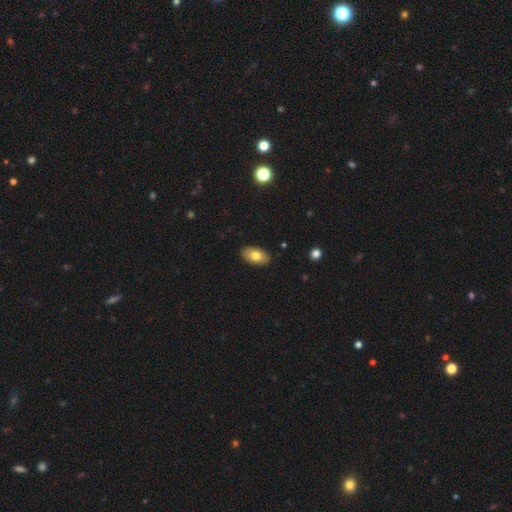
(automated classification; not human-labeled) The model was most divided on "smooth or featured": smooth: 75%, featured or disk: 18%, star or artifact: 7%. More confident: how rounded — in between (94%); merging — none (89%).